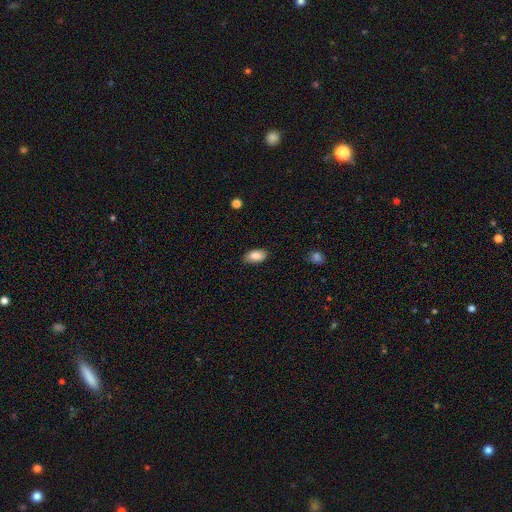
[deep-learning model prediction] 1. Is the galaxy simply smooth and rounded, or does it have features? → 86% smooth, 8% featured or disk, 7% star or artifact.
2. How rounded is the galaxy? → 94% in between, 4% round, 3% cigar-shaped.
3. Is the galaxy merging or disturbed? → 84% none, 13% minor disturbance, 2% major disturbance, 1% merger.